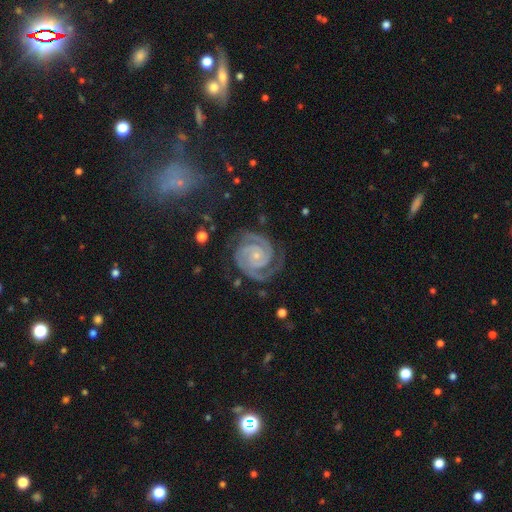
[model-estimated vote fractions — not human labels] Smooth or featured? Predicted: featured or disk (p=0.93). Edge-on disk? Predicted: no (p=0.98). Bar? Predicted: no (p=0.70). Spiral arms? Predicted: yes (p=0.99). Spiral winding? Predicted: tight (p=0.77). Spiral arm count? Predicted: 2 (p=0.85). Bulge size? Predicted: small (p=0.80). Merging? Predicted: none (p=0.77).